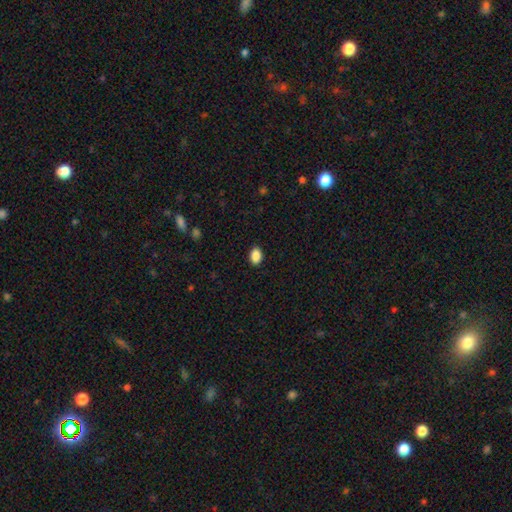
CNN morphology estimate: This appears to be a smooth galaxy with no disk features (89%) that is in between round and cigar-shaped (78%). Merging: none (90%).